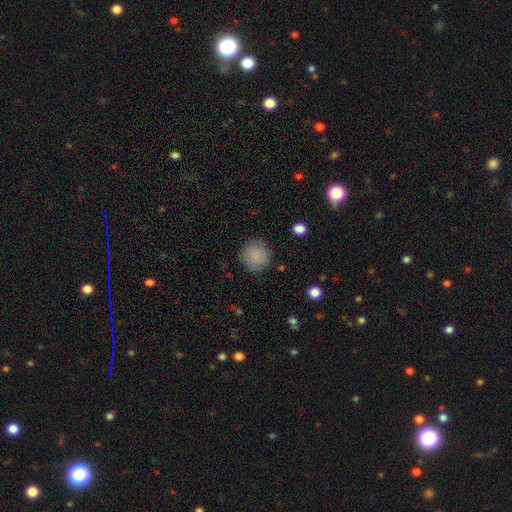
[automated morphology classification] smooth-or-featured: smooth: 86% | star or artifact: 9% | featured or disk: 5%
  how-rounded: round: 91% | in between: 8% | cigar-shaped: 1%
  merging: none: 85% | minor disturbance: 11% | major disturbance: 3% | merger: 1%